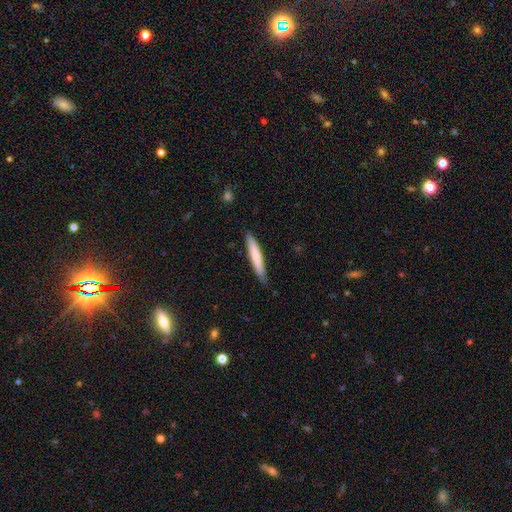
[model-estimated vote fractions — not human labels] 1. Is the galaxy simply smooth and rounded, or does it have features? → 70% smooth, 25% featured or disk, 5% star or artifact.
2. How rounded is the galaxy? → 94% cigar-shaped, 5% in between, 1% round.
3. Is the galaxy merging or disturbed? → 85% none, 12% minor disturbance, 2% major disturbance, 1% merger.